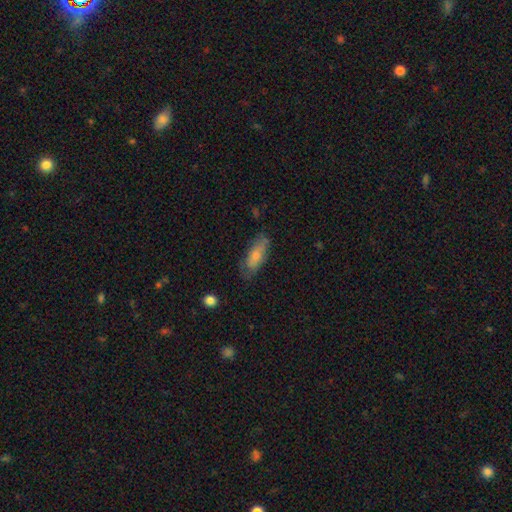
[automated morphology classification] Smooth or featured?
  - smooth: 74% *
  - featured or disk: 20%
  - star or artifact: 6%
How rounded?
  - in between: 70% *
  - cigar-shaped: 28%
  - round: 2%
Merging?
  - none: 66% *
  - minor disturbance: 25%
  - major disturbance: 7%
  - merger: 2%